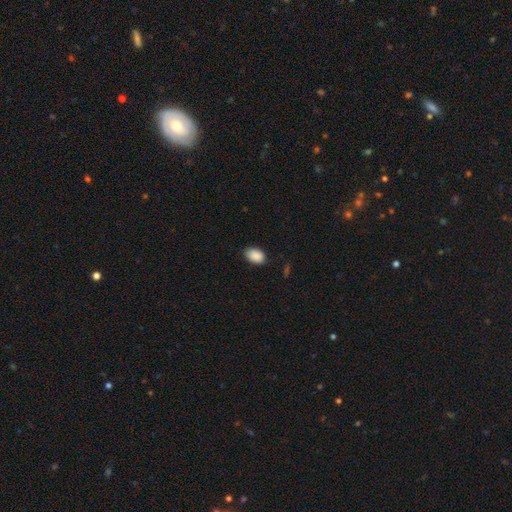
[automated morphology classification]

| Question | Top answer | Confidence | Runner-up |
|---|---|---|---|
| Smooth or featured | smooth | 90% | star or artifact (7%) |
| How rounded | in between | 87% | round (12%) |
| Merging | none | 81% | minor disturbance (15%) |